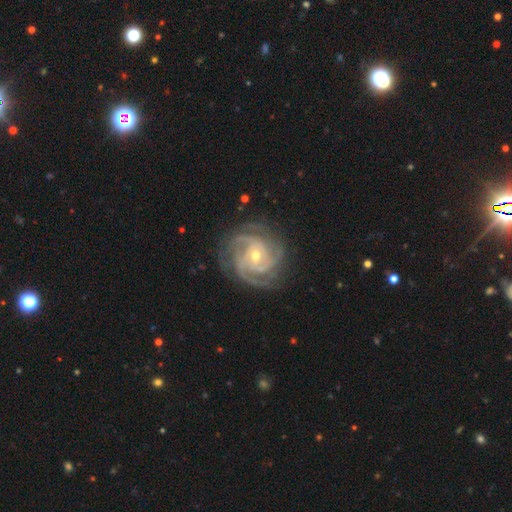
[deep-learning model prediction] Overall: featured or disk (92%). Edge-on disk: no (98%). Bar: no (59%; weak 31%). Spiral arms: yes (98%). Spiral arm count: 3 (35%; 4 27%). Spiral winding: tight (70%). Bulge size: small (57%; moderate 41%). Merging: none (79%).